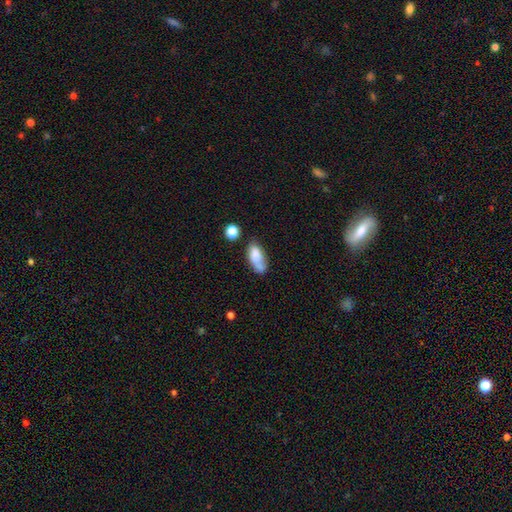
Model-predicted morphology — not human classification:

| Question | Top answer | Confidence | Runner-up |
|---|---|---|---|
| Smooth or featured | smooth | 73% | featured or disk (18%) |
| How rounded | in between | 84% | cigar-shaped (12%) |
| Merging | none | 43% | minor disturbance (25%) |